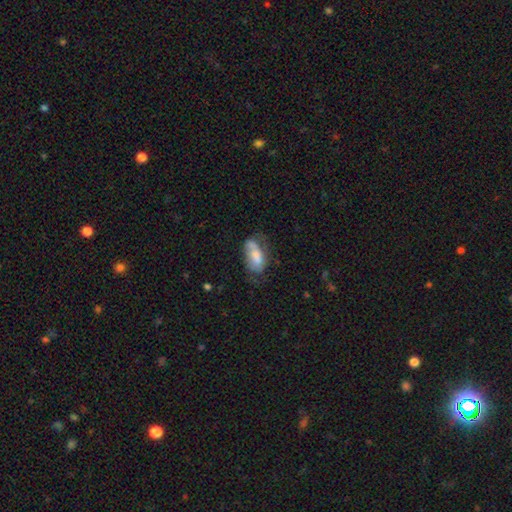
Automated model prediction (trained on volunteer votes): smooth_or_featured: smooth (p=0.61) [alt: featured or disk p=0.31]
how_rounded: in between (p=0.89) [alt: cigar-shaped p=0.07]
merging: none (p=0.39) [alt: minor disturbance p=0.31]